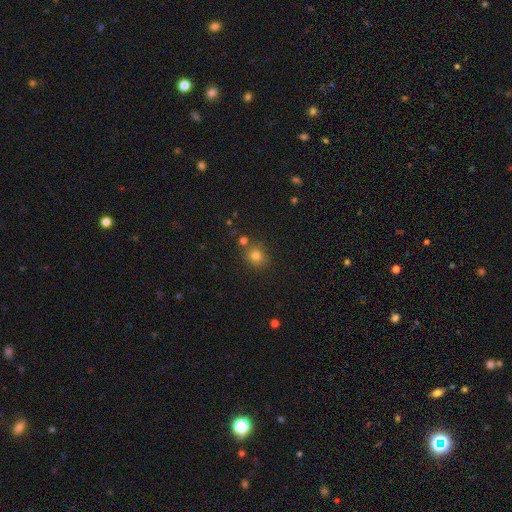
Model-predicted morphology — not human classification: Smooth or featured?
  - smooth: 78% *
  - star or artifact: 15%
  - featured or disk: 7%
How rounded?
  - round: 83% *
  - in between: 17%
  - cigar-shaped: 1%
Merging?
  - none: 76% *
  - minor disturbance: 10%
  - merger: 10%
  - major disturbance: 3%